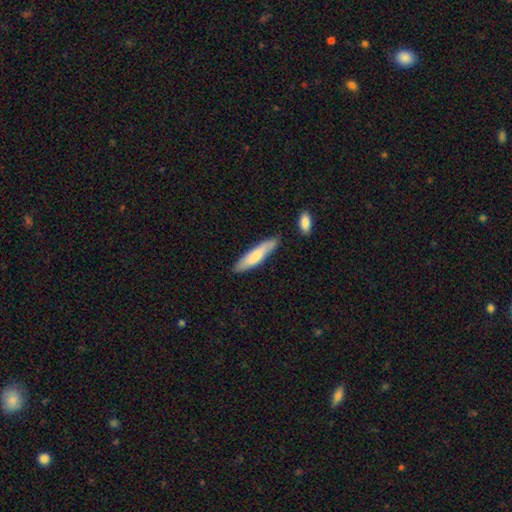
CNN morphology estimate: This appears to be a smooth galaxy with no disk features (72%) that is cigar-shaped (79%). Merging: none (80%).